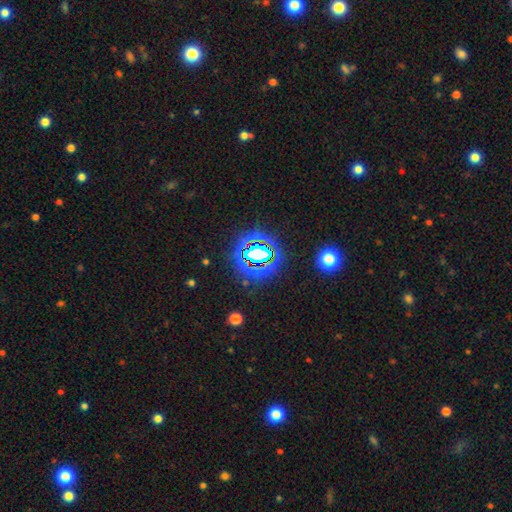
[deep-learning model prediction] Smooth or featured: star or artifact — 81% (smooth — 12%)